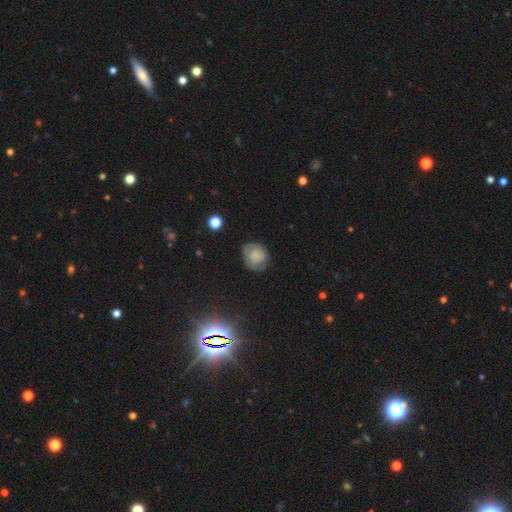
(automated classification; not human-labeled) This is likely a smooth galaxy (64%). How rounded: likely round (64%). Merging: likely none (62%).